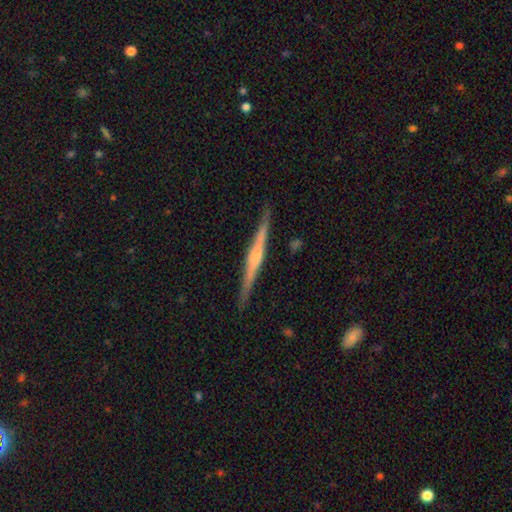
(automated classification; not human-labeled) Smooth or featured: featured or disk — 74% (smooth — 21%)
Edge-on disk: yes — 98% (no — 2%)
Edge-on bulge: rounded — 50% (boxy — 29%)
Merging: none — 90% (minor disturbance — 7%)